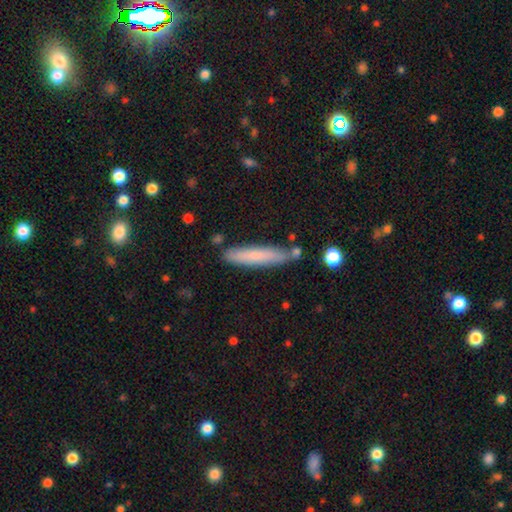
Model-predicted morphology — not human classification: Smooth or featured? Predicted: smooth (p=0.72). How rounded? Predicted: cigar-shaped (p=0.90). Merging? Predicted: none (p=0.80).